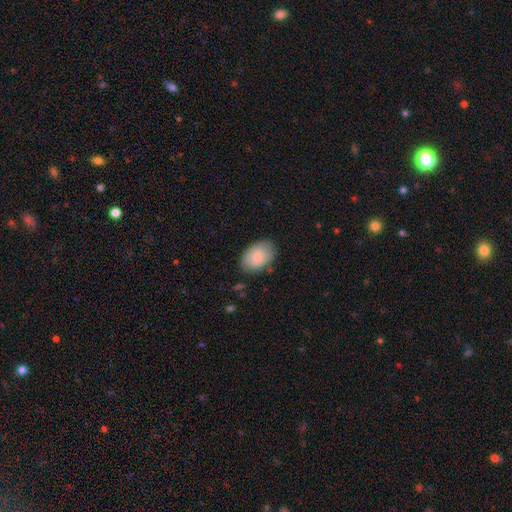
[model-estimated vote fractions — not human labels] A smooth galaxy with no disk features (86%) that is in between round and cigar-shaped (86%).

Vote fractions:
- Smooth or featured? smooth: 86% / featured or disk: 7% / star or artifact: 6%
- How rounded? in between: 86% / round: 13% / cigar-shaped: 1%
- Merging? none: 78% / minor disturbance: 17% / major disturbance: 4% / merger: 1%